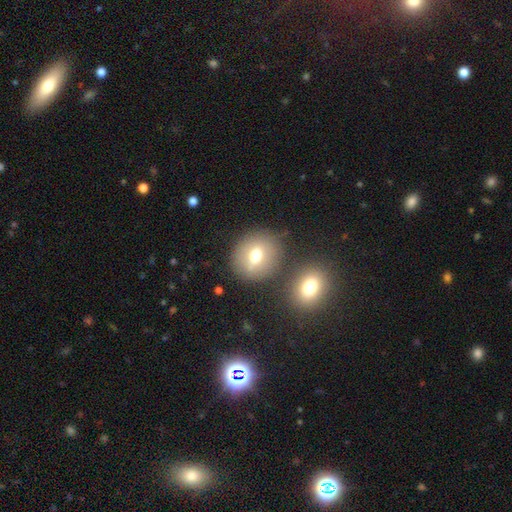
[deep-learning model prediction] smooth-or-featured: smooth: 66% | featured or disk: 23% | star or artifact: 11%
  how-rounded: round: 76% | in between: 23% | cigar-shaped: 1%
  merging: none: 73% | merger: 12% | minor disturbance: 11% | major disturbance: 4%